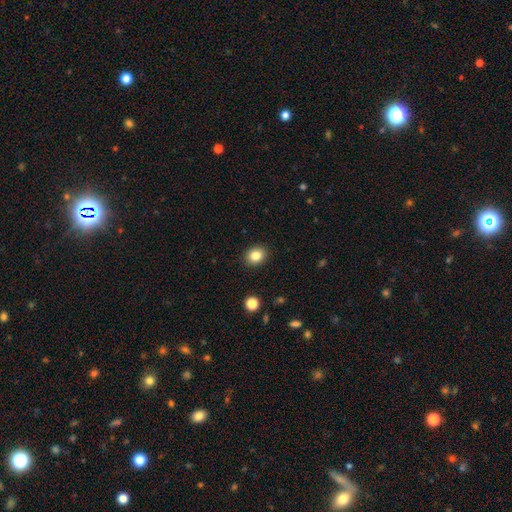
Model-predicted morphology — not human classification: The model was most divided on "how rounded": round: 61%, in between: 39%, cigar-shaped: 1%. More confident: merging — none (91%); smooth or featured — smooth (83%).